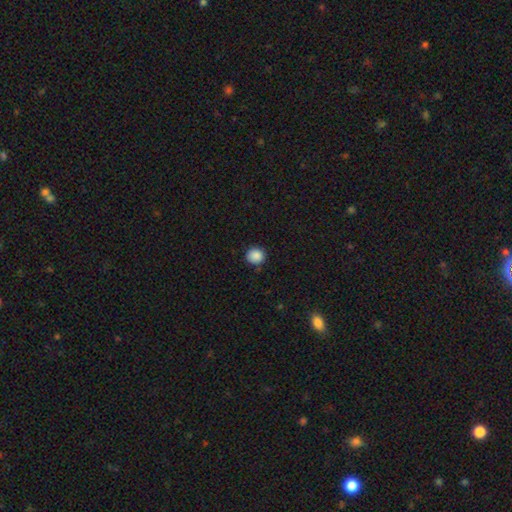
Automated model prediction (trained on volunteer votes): Smooth or featured? smooth (88%)
How rounded? round (89%)
Merging? none (88%)